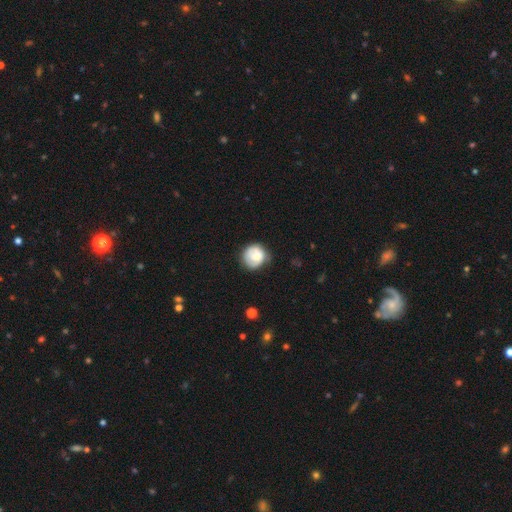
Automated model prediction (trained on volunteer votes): smooth_or_featured: smooth (p=0.65) [alt: featured or disk p=0.28]
how_rounded: round (p=0.87) [alt: in between p=0.12]
merging: none (p=0.63) [alt: minor disturbance p=0.28]